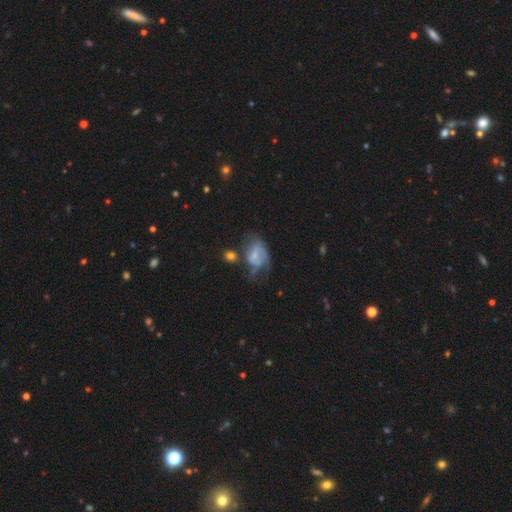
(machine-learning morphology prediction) featured or disk 49%, smooth 42%, star or artifact 10%. Down the decision tree: merging — major disturbance (36%).